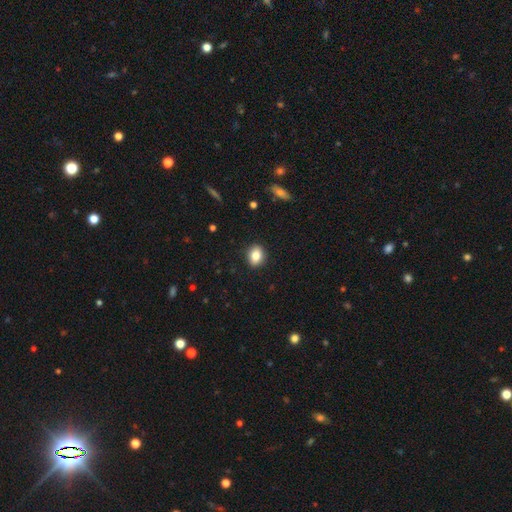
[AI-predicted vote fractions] A smooth galaxy with no disk features (83%) that is in between round and cigar-shaped (56%). Merging: none (90%).